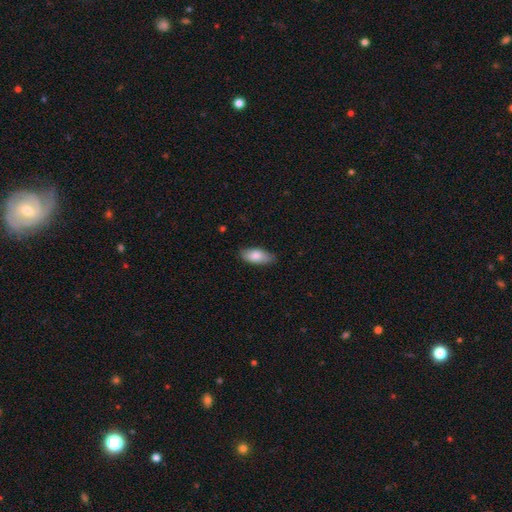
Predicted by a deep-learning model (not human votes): Morphology: type=smooth (82%); roundness=in between (85%); merging=none (83%).